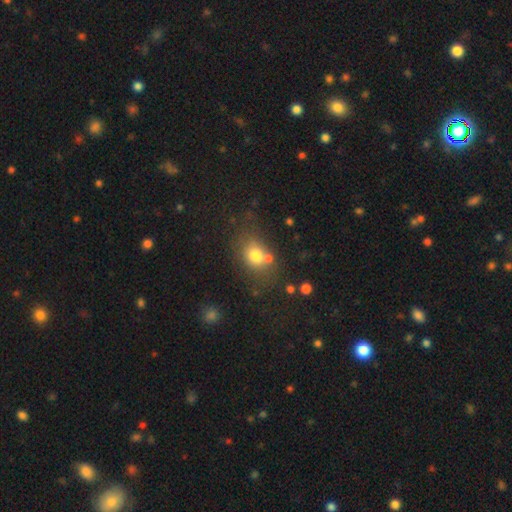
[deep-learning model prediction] smooth_or_featured: smooth (p=0.75) [alt: featured or disk p=0.13]
how_rounded: round (p=0.52) [alt: in between p=0.46]
merging: none (p=0.56) [alt: minor disturbance p=0.18]